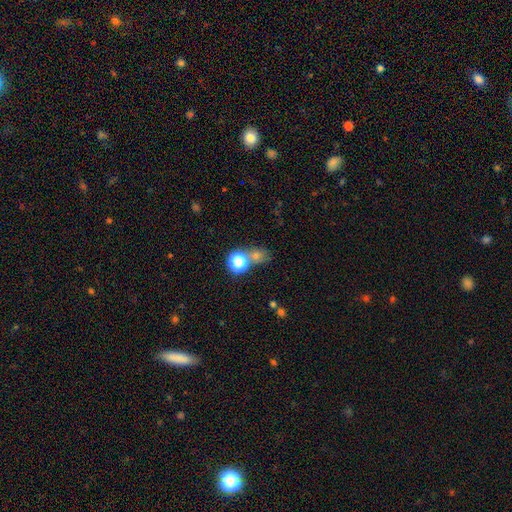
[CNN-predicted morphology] Smooth or featured? Predicted: smooth (p=0.59). How rounded? Predicted: round (p=0.72). Merging? Predicted: none (p=0.60).